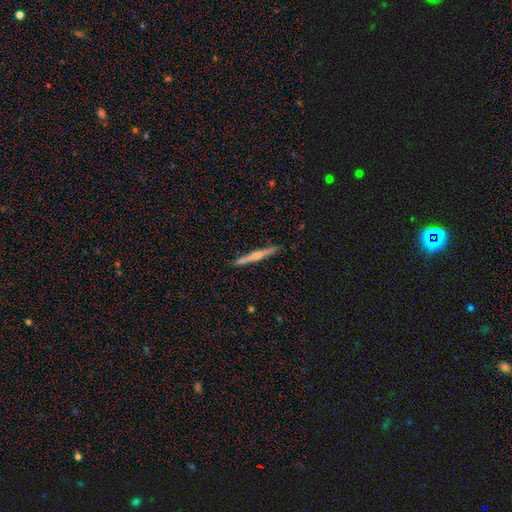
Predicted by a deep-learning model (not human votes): smooth-or-featured: featured or disk: 60% | smooth: 34% | star or artifact: 6%
  disk-edge-on: yes: 98% | no: 2%
    edge-on-bulge: rounded: 62% | none: 24% | boxy: 15%
  merging: none: 88% | minor disturbance: 8% | merger: 2% | major disturbance: 2%